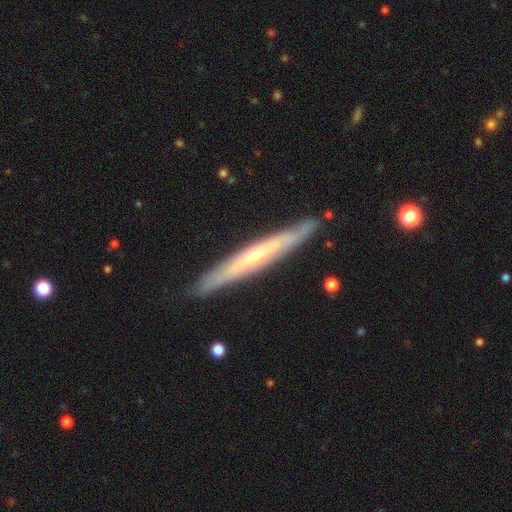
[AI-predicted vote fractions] smooth_or_featured: featured or disk (p=0.70) [alt: smooth p=0.25]
disk_edge_on: yes (p=0.88) [alt: no p=0.12]
edge_on_bulge: rounded (p=0.64) [alt: none p=0.33]
merging: none (p=0.87) [alt: minor disturbance p=0.10]